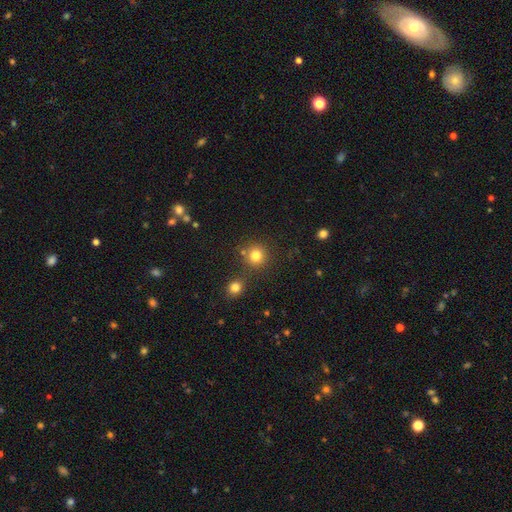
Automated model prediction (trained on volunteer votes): Smooth or featured: smooth — 80% (star or artifact — 14%)
How rounded: round — 92% (in between — 7%)
Merging: none — 78% (merger — 11%)